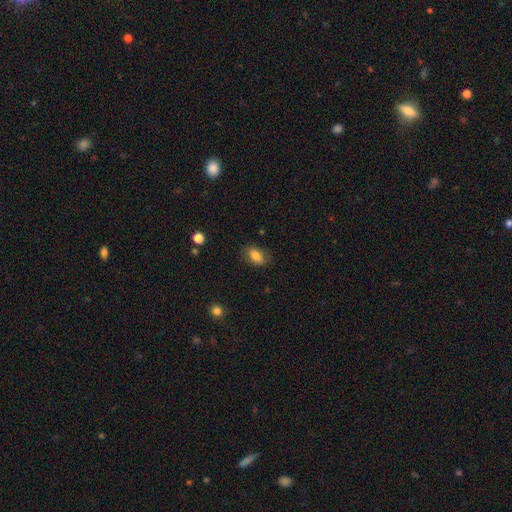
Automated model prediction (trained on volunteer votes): smooth-or-featured: smooth: 82% | featured or disk: 10% | star or artifact: 8%
  how-rounded: in between: 88% | round: 9% | cigar-shaped: 3%
  merging: none: 79% | minor disturbance: 15% | major disturbance: 4% | merger: 1%